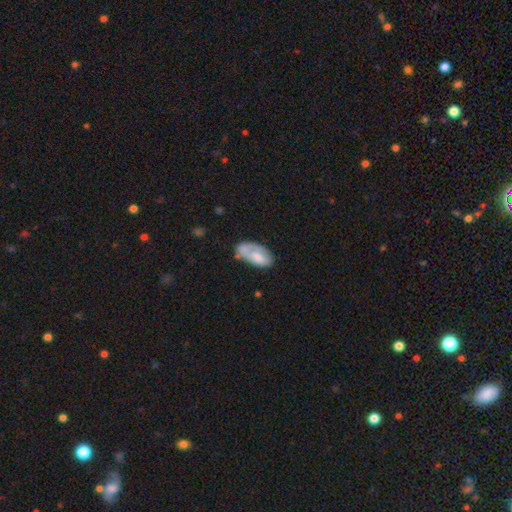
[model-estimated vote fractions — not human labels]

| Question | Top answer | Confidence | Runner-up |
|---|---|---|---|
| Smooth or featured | smooth | 62% | featured or disk (31%) |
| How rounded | in between | 92% | cigar-shaped (6%) |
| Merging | none | 45% | minor disturbance (31%) |